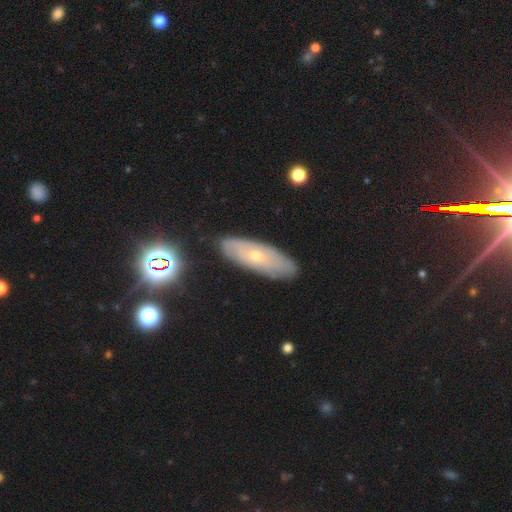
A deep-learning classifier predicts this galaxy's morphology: type=featured or disk (54%); edge-on=no (73%); merging=none (84%).